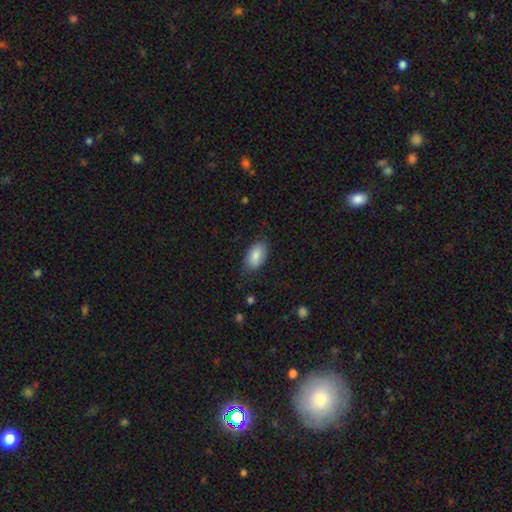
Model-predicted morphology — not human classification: smooth-or-featured: smooth: 84% | featured or disk: 10% | star or artifact: 7%
  how-rounded: in between: 93% | round: 5% | cigar-shaped: 2%
  merging: none: 77% | minor disturbance: 18% | major disturbance: 4% | merger: 1%